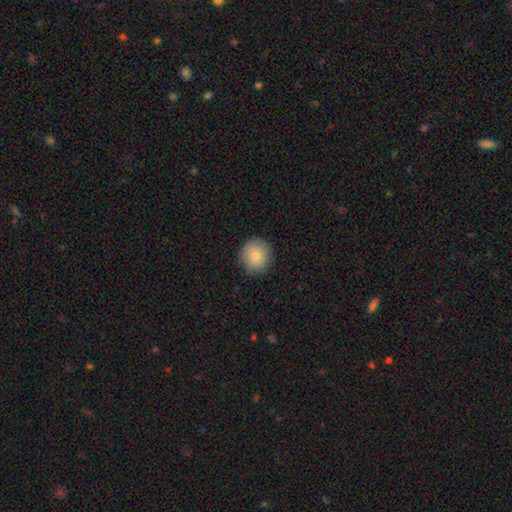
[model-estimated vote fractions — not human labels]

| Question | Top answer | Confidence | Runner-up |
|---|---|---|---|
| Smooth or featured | smooth | 84% | star or artifact (8%) |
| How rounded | round | 90% | in between (9%) |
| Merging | none | 86% | minor disturbance (10%) |